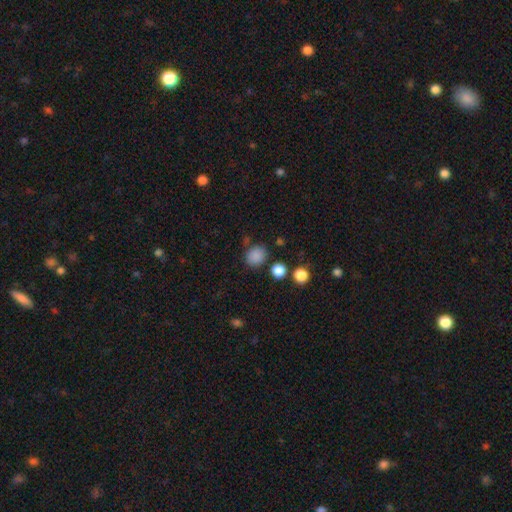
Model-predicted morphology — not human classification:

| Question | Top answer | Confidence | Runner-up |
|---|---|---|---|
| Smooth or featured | smooth | 84% | star or artifact (12%) |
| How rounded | round | 73% | in between (26%) |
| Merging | none | 78% | minor disturbance (12%) |